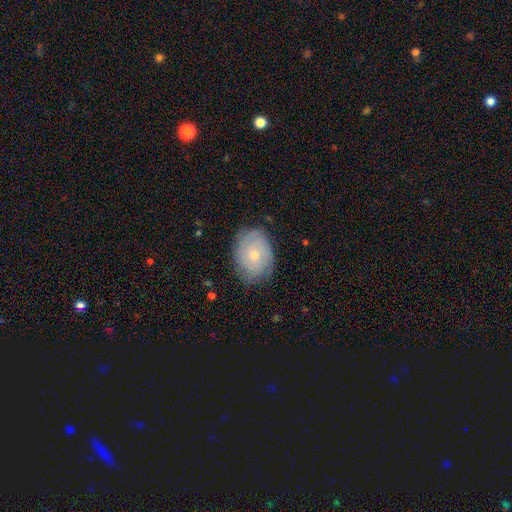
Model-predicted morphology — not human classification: A featured or disk galaxy (59%) with no bar (84%), spiral arms (82%) and a small central bulge (62%). Merging: none (75%).